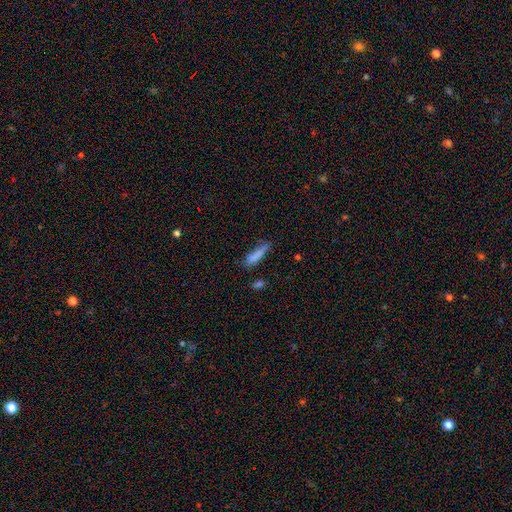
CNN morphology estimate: A smooth galaxy with no disk features (83%) that is cigar-shaped (77%).

Vote fractions:
- Smooth or featured? smooth: 83% / featured or disk: 10% / star or artifact: 7%
- How rounded? cigar-shaped: 77% / in between: 22% / round: 2%
- Merging? none: 64% / minor disturbance: 25% / major disturbance: 7% / merger: 4%